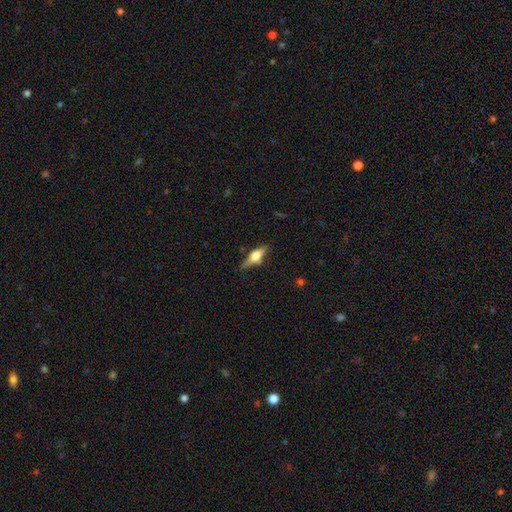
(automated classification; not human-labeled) smooth-or-featured: featured or disk: 58% | smooth: 35% | star or artifact: 7%
  disk-edge-on: yes: 95% | no: 5%
    edge-on-bulge: rounded: 91% | boxy: 7% | none: 2%
  merging: none: 81% | minor disturbance: 14% | major disturbance: 3% | merger: 2%